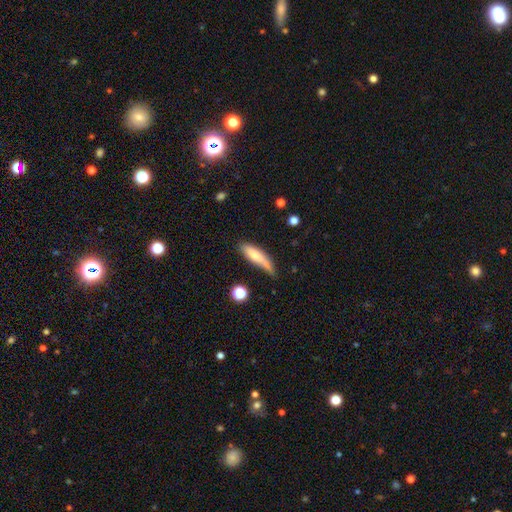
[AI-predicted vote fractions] Smooth or featured? smooth (71%)
How rounded? cigar-shaped (71%)
Merging? none (51%)